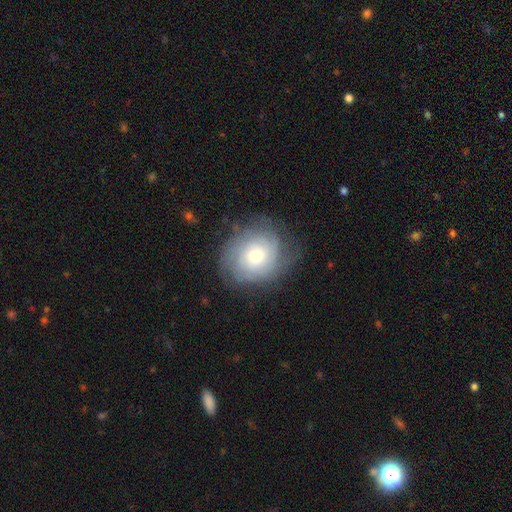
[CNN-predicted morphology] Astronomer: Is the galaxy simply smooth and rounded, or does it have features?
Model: featured or disk — 66%.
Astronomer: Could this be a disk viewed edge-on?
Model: no — 97%.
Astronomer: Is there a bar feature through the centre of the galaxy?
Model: no — 79%.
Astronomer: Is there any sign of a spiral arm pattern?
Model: yes — 90%.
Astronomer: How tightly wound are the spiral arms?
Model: tight — 70%.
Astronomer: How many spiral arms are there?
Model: can't tell — 48%.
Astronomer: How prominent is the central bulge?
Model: moderate — 55%.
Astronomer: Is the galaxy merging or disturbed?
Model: none — 73%.